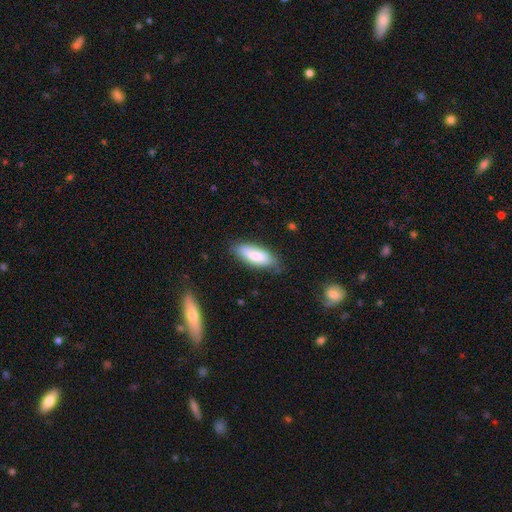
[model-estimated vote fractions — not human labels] This appears to be a smooth galaxy with no disk features (76%) that is in between round and cigar-shaped (72%). Merging: none (74%).